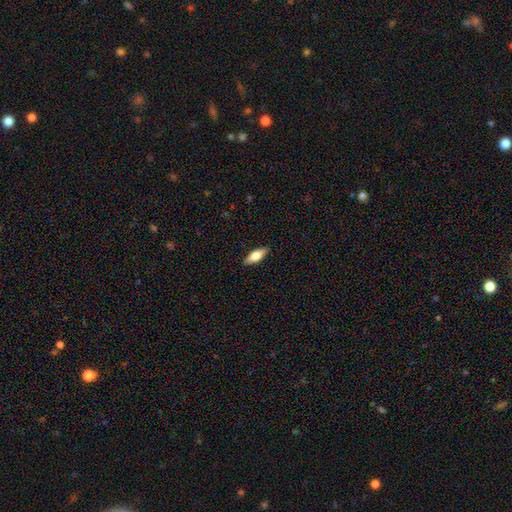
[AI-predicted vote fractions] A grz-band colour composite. It shows a smooth galaxy with no disk features (52%) that is in between round and cigar-shaped (58%). Merging: none (89%).